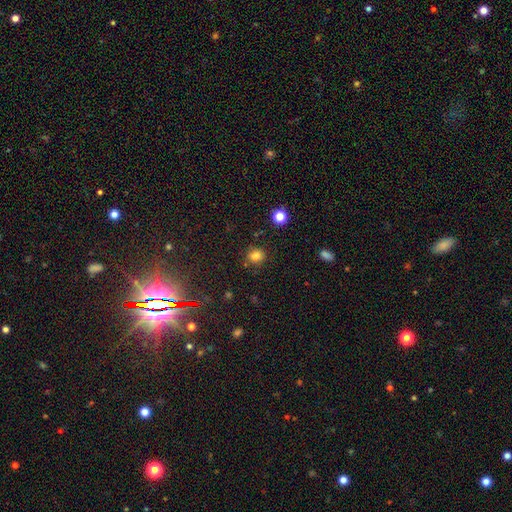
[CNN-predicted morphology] Smooth or featured? Predicted: smooth (p=0.81). How rounded? Predicted: round (p=0.80). Merging? Predicted: none (p=0.83).